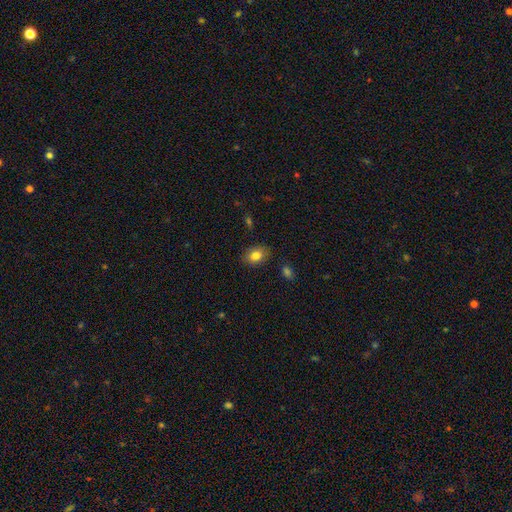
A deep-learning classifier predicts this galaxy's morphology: Overall: smooth (82%). How rounded: in between (68%; round 31%). Merging: none (85%).